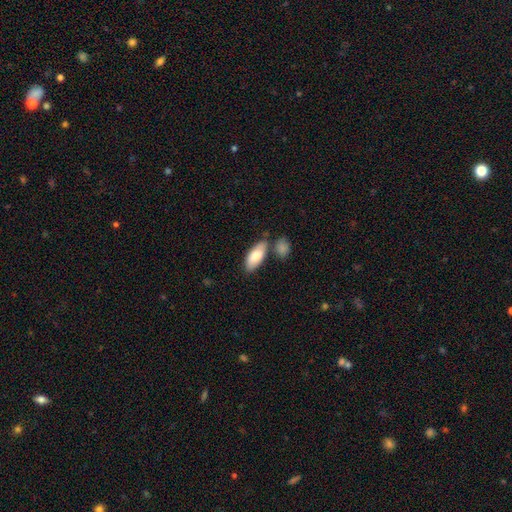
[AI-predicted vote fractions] A smooth galaxy with no disk features (79%) that is in between round and cigar-shaped (85%). Merging: none (68%).